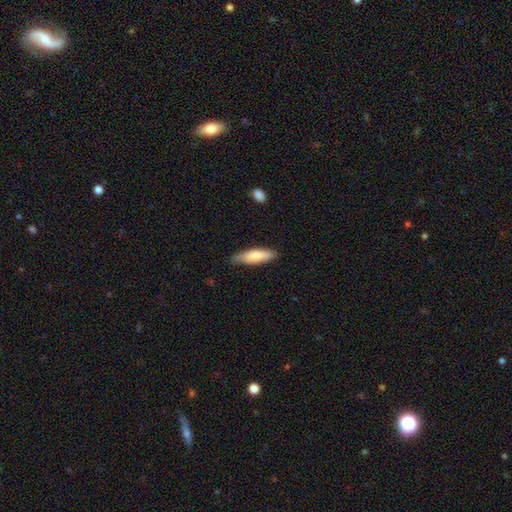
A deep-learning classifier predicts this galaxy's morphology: This is likely a smooth galaxy (78%). How rounded: possibly cigar-shaped (53%). Merging: likely none (77%).